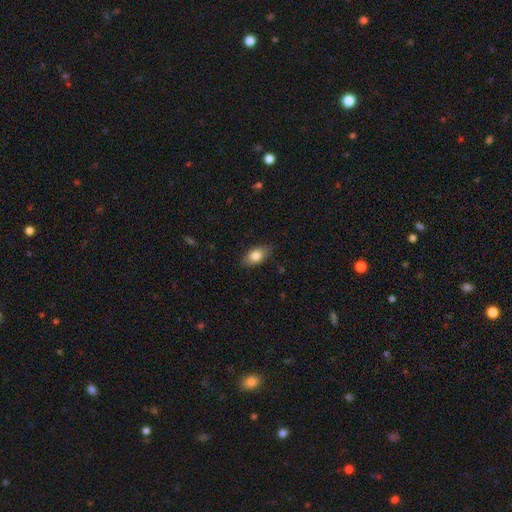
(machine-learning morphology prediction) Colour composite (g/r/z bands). It shows a smooth galaxy with no disk features (81%) that is in between round and cigar-shaped (90%). Merging: none (84%).